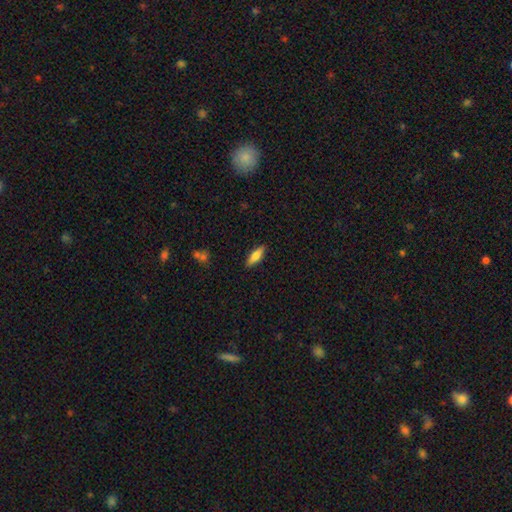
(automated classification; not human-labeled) smooth_or_featured: smooth (p=0.65) [alt: featured or disk p=0.28]
how_rounded: cigar-shaped (p=0.50) [alt: in between p=0.47]
merging: none (p=0.88) [alt: minor disturbance p=0.08]